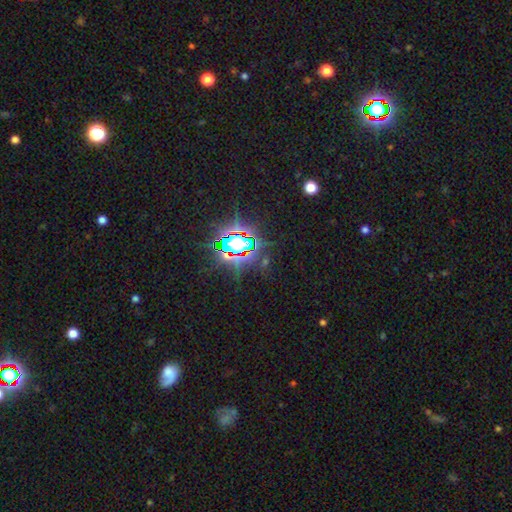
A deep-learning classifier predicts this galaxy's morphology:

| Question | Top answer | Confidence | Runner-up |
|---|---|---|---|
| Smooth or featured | star or artifact | 83% | smooth (10%) |